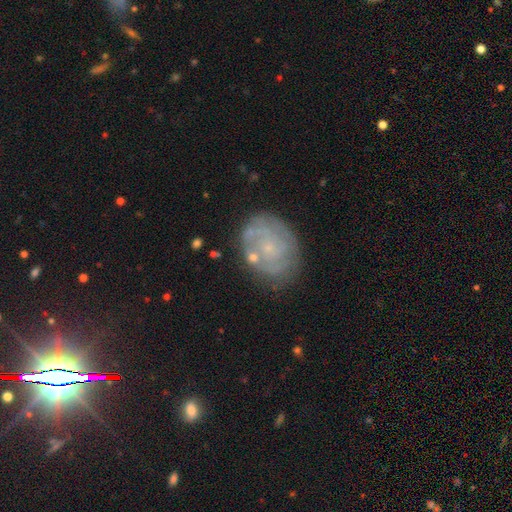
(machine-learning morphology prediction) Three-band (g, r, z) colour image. It shows a featured or disk galaxy (73%) with no bar (78%), tight (65%) spiral arms (79%) and a small central bulge (76%). Merging: none (68%).